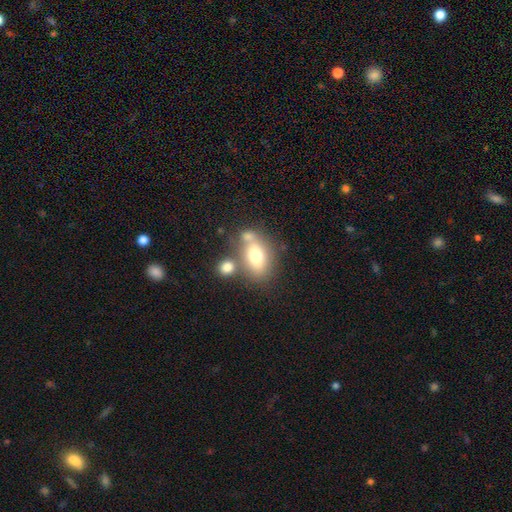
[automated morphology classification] Overall: smooth (68%). How rounded: in between (81%). Merging: none (49%; merger 29%).